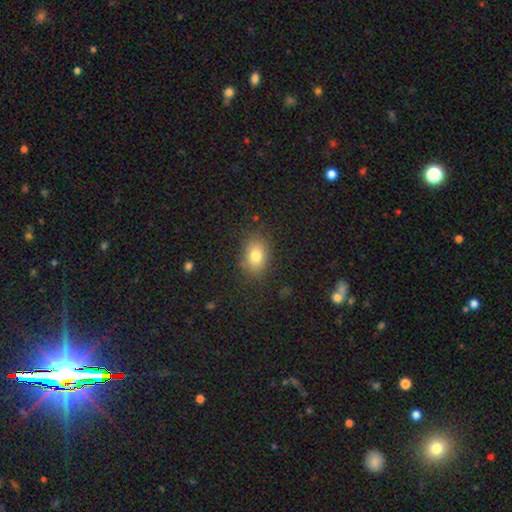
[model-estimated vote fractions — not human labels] The model was most divided on "how rounded": in between: 72%, round: 27%, cigar-shaped: 1%. More confident: merging — none (82%); smooth or featured — smooth (79%).